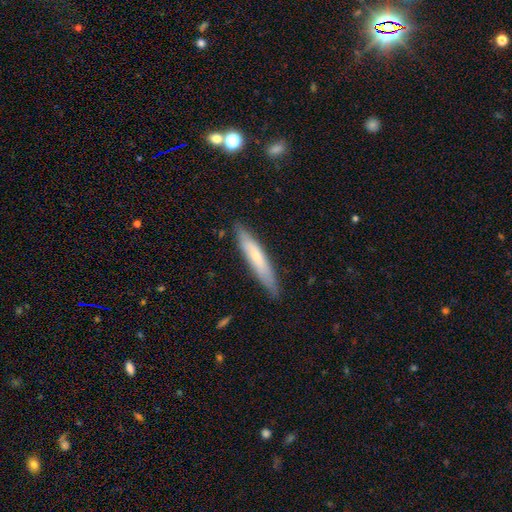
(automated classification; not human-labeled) Morphology: type=smooth (59%); roundness=cigar-shaped (90%); merging=none (86%).